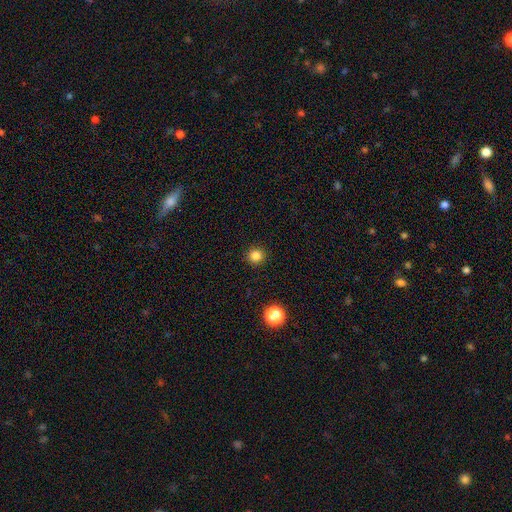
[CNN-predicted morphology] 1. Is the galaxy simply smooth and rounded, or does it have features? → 83% smooth, 13% star or artifact, 4% featured or disk.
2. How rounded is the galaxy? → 95% round, 4% in between, 1% cigar-shaped.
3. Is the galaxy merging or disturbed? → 93% none, 4% minor disturbance, 2% major disturbance, 1% merger.